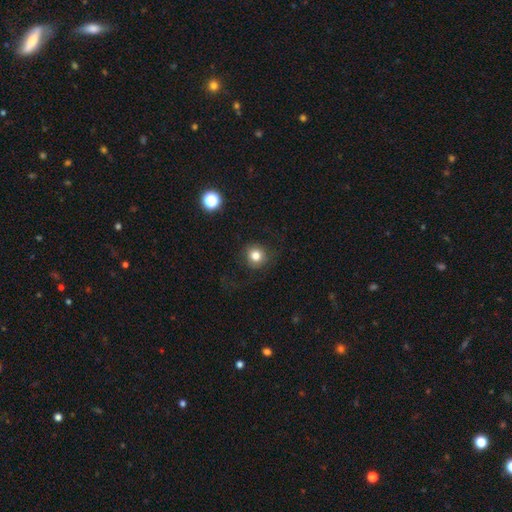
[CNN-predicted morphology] smooth_or_featured: smooth (p=0.80) [alt: star or artifact p=0.12]
how_rounded: round (p=0.90) [alt: in between p=0.09]
merging: none (p=0.81) [alt: minor disturbance p=0.11]